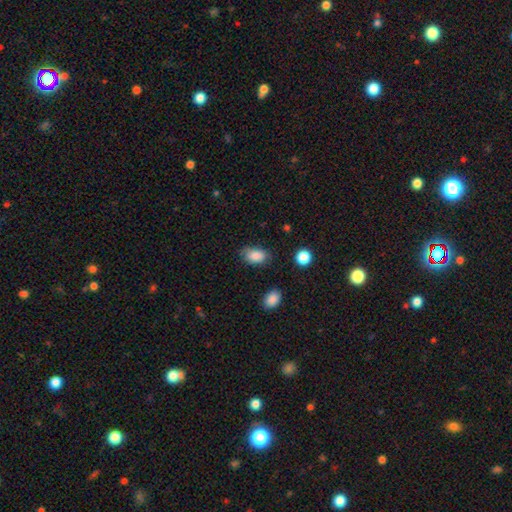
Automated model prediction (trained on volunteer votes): A smooth galaxy with no disk features (86%) that is in between round and cigar-shaped (89%). Merging: none (72%).